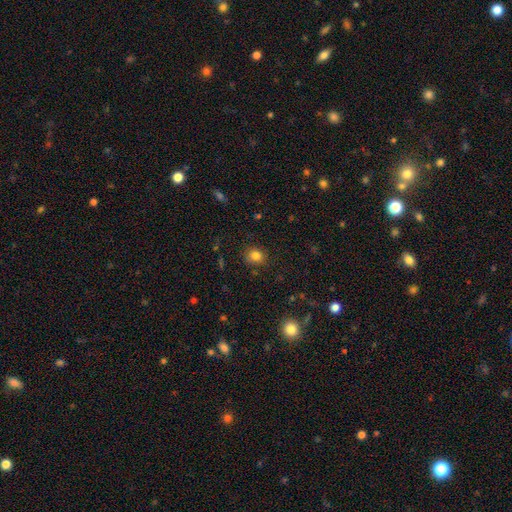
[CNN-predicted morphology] This is clearly a smooth galaxy (82%). How rounded: likely round (69%). Merging: clearly none (82%).